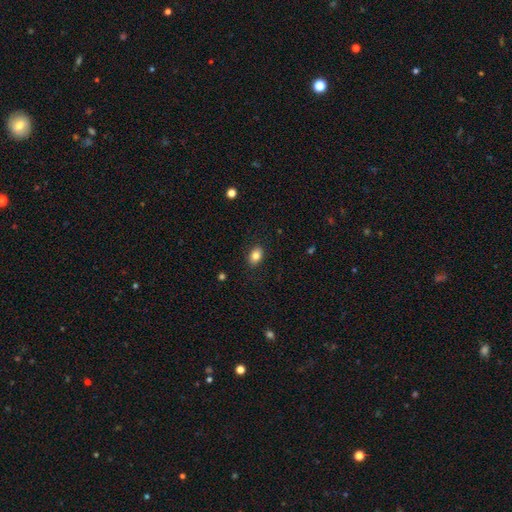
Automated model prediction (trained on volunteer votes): This appears to be a smooth galaxy with no disk features (83%) that is in between round and cigar-shaped (77%). Merging: none (88%).